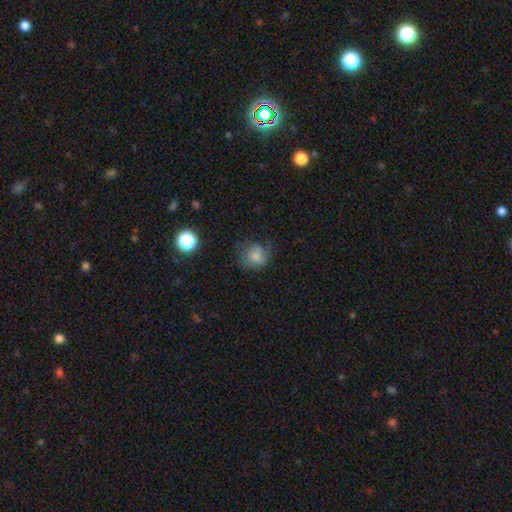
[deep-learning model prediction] Smooth or featured: smooth — 72% (featured or disk — 16%)
How rounded: round — 79% (in between — 20%)
Merging: none — 57% (minor disturbance — 26%)